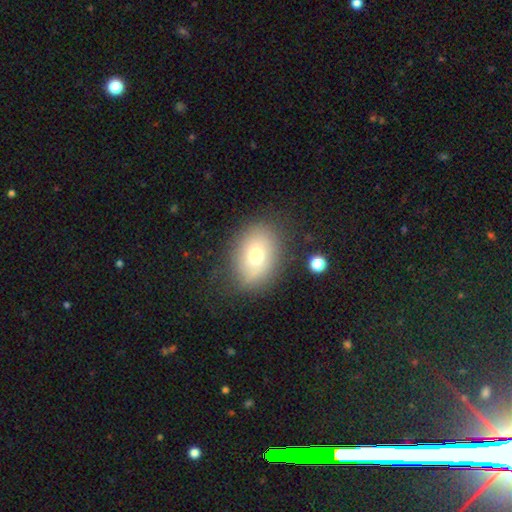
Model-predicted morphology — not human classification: Smooth or featured? Predicted: smooth (p=0.70). How rounded? Predicted: in between (p=0.70). Merging? Predicted: none (p=0.77).